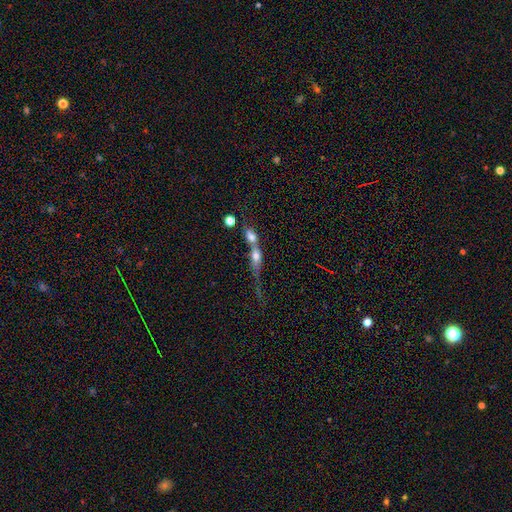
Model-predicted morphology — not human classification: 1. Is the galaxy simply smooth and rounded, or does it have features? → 49% smooth, 37% featured or disk, 13% star or artifact.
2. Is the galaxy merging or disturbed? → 71% merger, 15% none, 8% major disturbance, 6% minor disturbance.